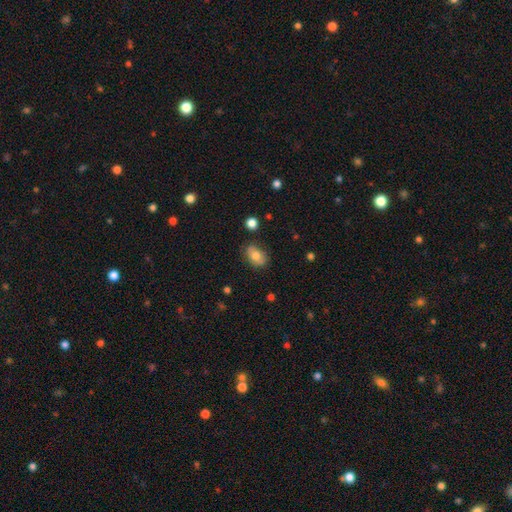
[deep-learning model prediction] Smooth or featured: smooth — 76% (featured or disk — 16%)
How rounded: in between — 83% (round — 16%)
Merging: none — 76% (minor disturbance — 18%)